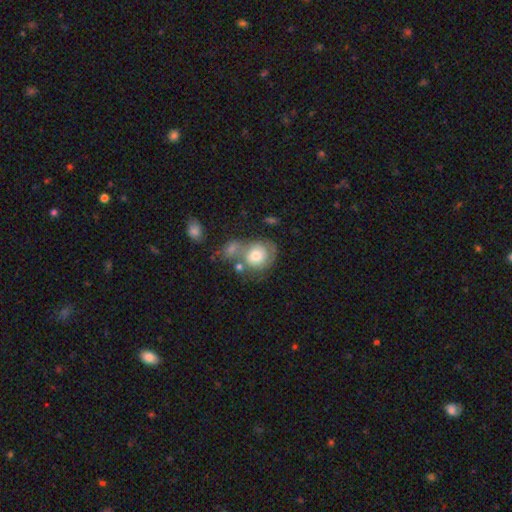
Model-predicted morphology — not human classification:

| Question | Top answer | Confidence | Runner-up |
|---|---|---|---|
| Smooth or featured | smooth | 52% | featured or disk (40%) |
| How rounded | round | 71% | in between (28%) |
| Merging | none | 34% | merger (32%) |